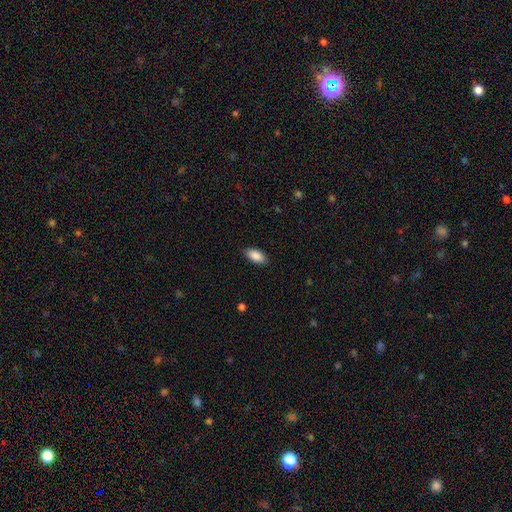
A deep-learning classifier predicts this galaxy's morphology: smooth 89%, star or artifact 7%, featured or disk 4%. Down the decision tree: how rounded — in between (92%); merging — none (85%).